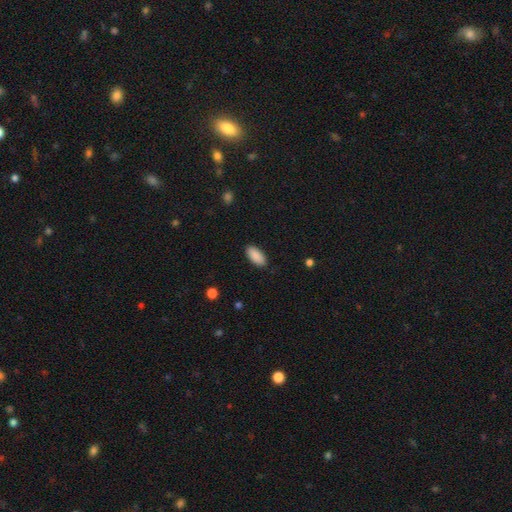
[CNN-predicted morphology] smooth_or_featured: smooth (p=0.90) [alt: star or artifact p=0.06]
how_rounded: in between (p=0.90) [alt: cigar-shaped p=0.08]
merging: none (p=0.88) [alt: minor disturbance p=0.09]